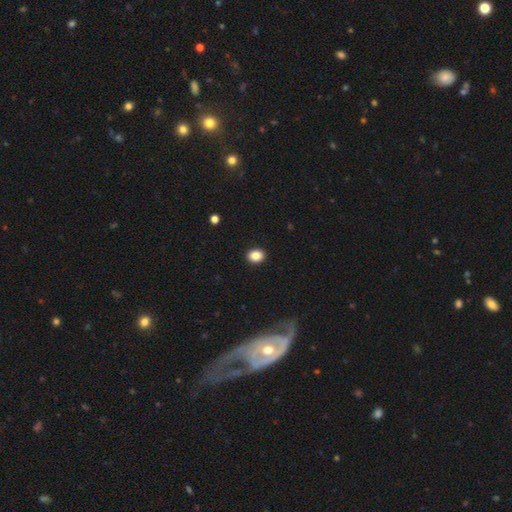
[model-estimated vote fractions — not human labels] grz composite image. It shows a smooth galaxy with no disk features (85%) that is round (52%). Merging: none (92%).